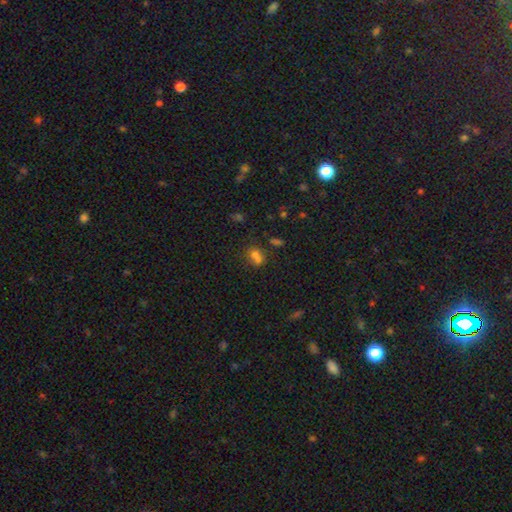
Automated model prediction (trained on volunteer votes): Overall: smooth (59%; star or artifact 28%). How rounded: round (65%; in between 33%). Merging: none (48%; merger 36%).